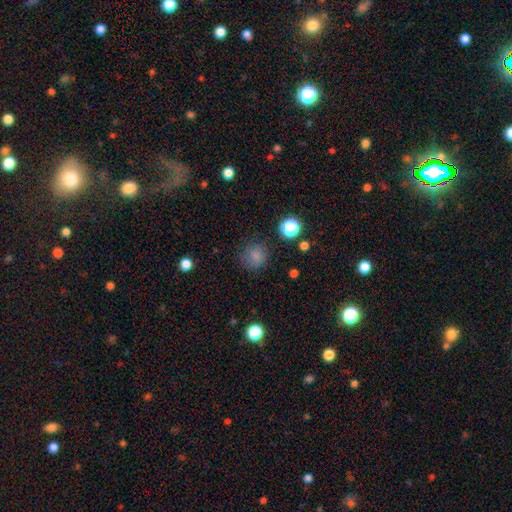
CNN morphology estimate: Smooth or featured: smooth — 80% (star or artifact — 15%)
How rounded: round — 90% (in between — 9%)
Merging: none — 83% (minor disturbance — 11%)